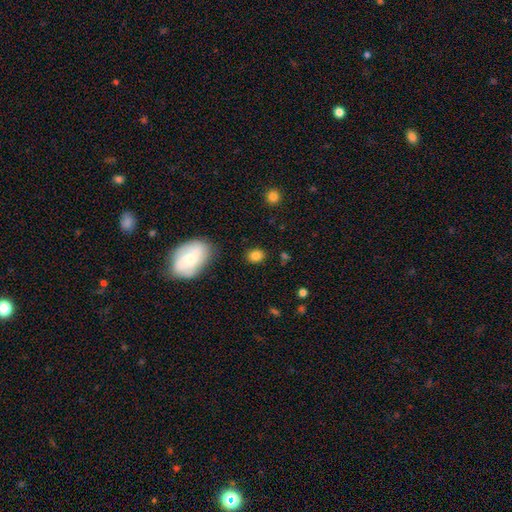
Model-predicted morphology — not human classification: smooth-or-featured: smooth: 83% | star or artifact: 10% | featured or disk: 6%
  how-rounded: round: 52% | in between: 47% | cigar-shaped: 1%
  merging: none: 84% | minor disturbance: 10% | major disturbance: 3% | merger: 2%